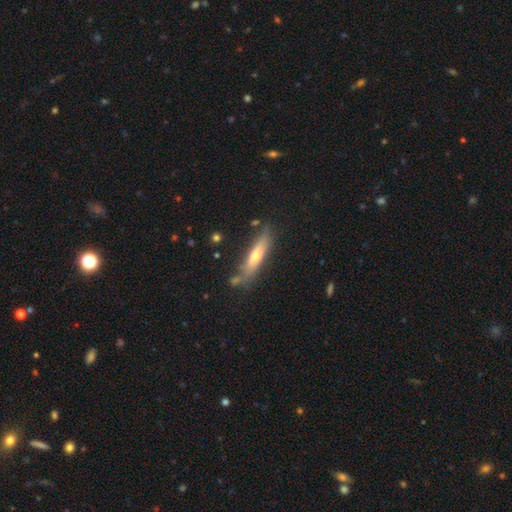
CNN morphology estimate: smooth 52%, featured or disk 42%, star or artifact 7%. Down the decision tree: how rounded — cigar-shaped (78%); merging — none (74%).